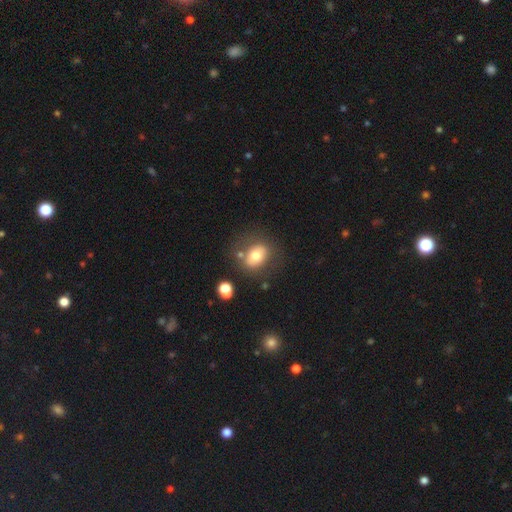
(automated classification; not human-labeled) Smooth or featured? Predicted: smooth (p=0.67). How rounded? Predicted: in between (p=0.54). Merging? Predicted: none (p=0.66).